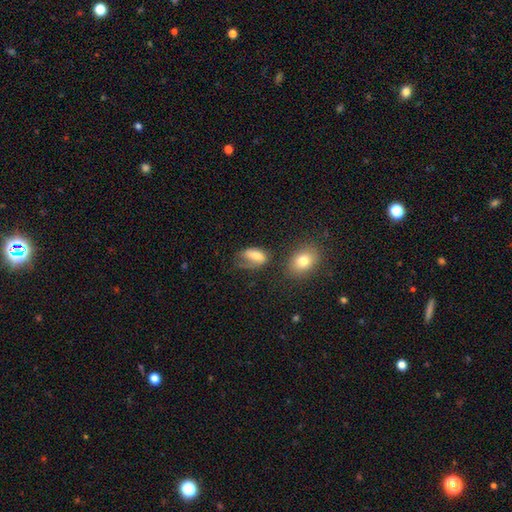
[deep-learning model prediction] Smooth or featured? Predicted: smooth (p=0.69). How rounded? Predicted: in between (p=0.87). Merging? Predicted: none (p=0.37).